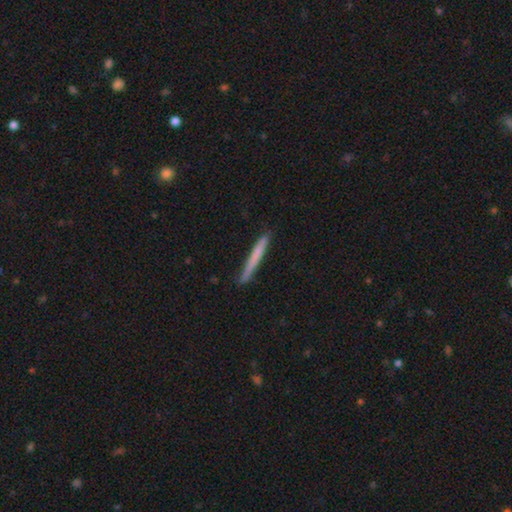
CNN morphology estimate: Smooth or featured: smooth — 66% (featured or disk — 28%)
How rounded: cigar-shaped — 97% (in between — 2%)
Merging: none — 86% (minor disturbance — 11%)